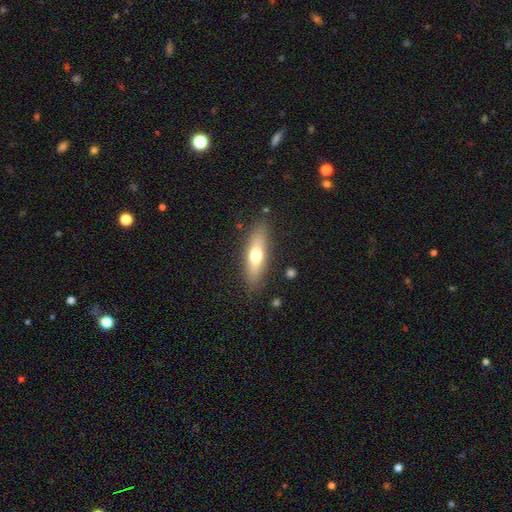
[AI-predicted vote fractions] A smooth galaxy with no disk features (59%) that is cigar-shaped (59%).

Vote fractions:
- Smooth or featured? smooth: 59% / featured or disk: 34% / star or artifact: 6%
- How rounded? cigar-shaped: 59% / in between: 38% / round: 3%
- Merging? none: 86% / minor disturbance: 10% / major disturbance: 3% / merger: 1%